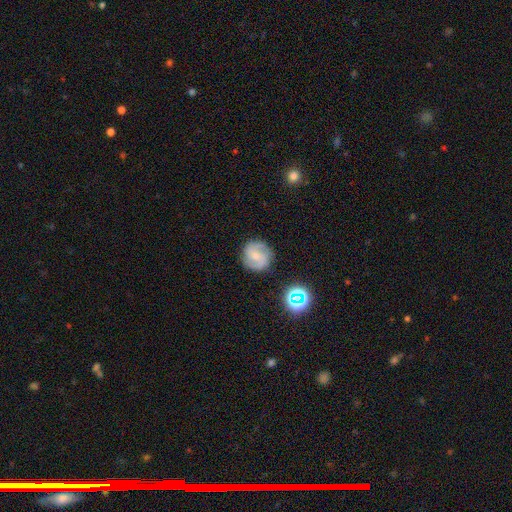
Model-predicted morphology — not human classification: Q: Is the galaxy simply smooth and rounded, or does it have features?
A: featured or disk — 71%.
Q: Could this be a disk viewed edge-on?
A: no — 98%.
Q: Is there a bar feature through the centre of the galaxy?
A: no — 50%.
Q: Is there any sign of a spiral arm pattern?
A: yes — 94%.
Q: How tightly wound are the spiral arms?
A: medium — 48%.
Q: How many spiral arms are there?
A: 2 — 74%.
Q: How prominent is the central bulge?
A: small — 62%.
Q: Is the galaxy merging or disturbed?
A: none — 82%.